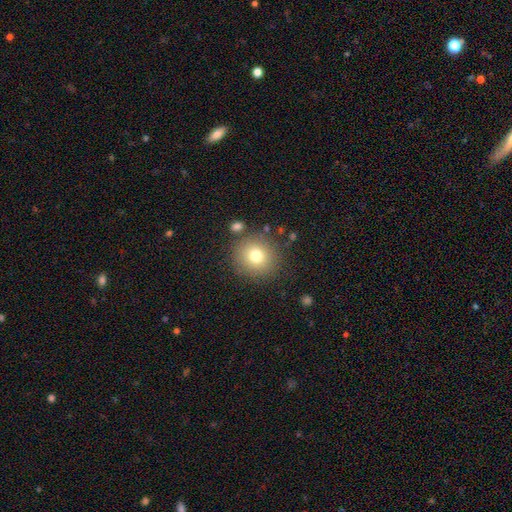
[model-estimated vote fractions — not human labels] Smooth or featured? smooth (76%)
How rounded? round (92%)
Merging? none (84%)